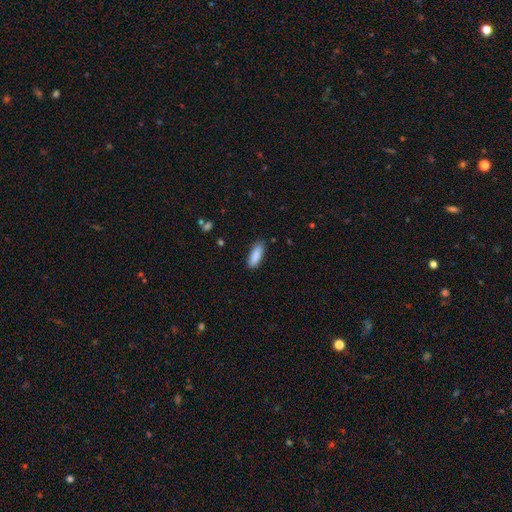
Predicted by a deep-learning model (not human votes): Smooth or featured: smooth — 88% (star or artifact — 6%)
How rounded: in between — 67% (cigar-shaped — 31%)
Merging: none — 84% (minor disturbance — 12%)